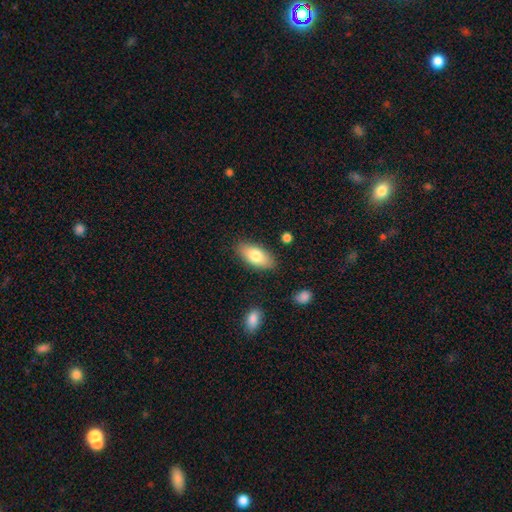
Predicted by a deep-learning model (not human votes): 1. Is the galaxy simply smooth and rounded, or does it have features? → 77% smooth, 17% featured or disk, 6% star or artifact.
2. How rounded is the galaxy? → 90% in between, 7% cigar-shaped, 3% round.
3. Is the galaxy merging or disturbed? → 85% none, 11% minor disturbance, 2% major disturbance, 2% merger.